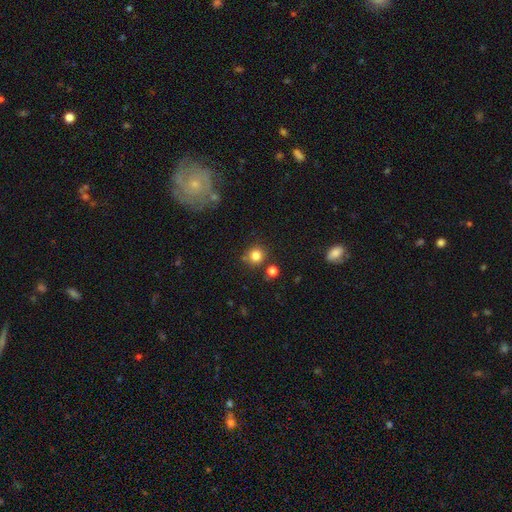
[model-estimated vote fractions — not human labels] A smooth galaxy with no disk features (82%) that is round (91%).

Vote fractions:
- Smooth or featured? smooth: 82% / star or artifact: 13% / featured or disk: 6%
- How rounded? round: 91% / in between: 8% / cigar-shaped: 1%
- Merging? none: 80% / minor disturbance: 9% / merger: 7% / major disturbance: 3%